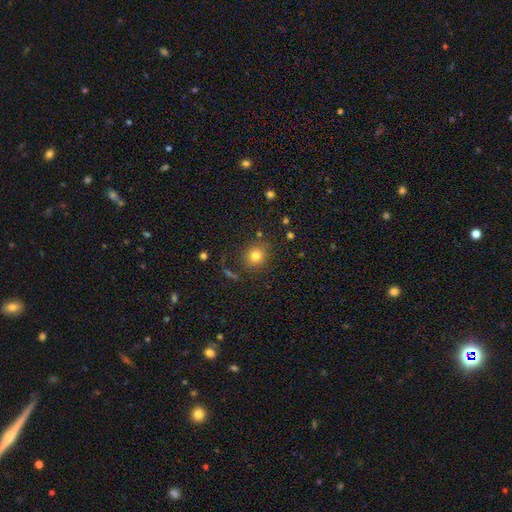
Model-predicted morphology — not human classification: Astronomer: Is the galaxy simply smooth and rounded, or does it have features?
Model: smooth — 80%.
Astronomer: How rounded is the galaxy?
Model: round — 87%.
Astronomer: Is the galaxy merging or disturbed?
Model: none — 83%.